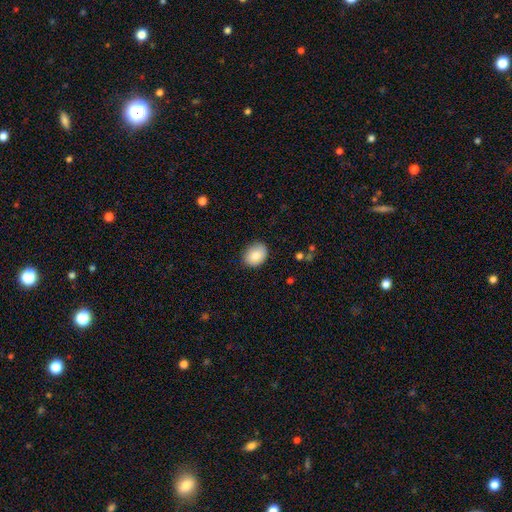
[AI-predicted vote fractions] The model was most divided on "how rounded": in between: 67%, round: 32%, cigar-shaped: 1%. More confident: smooth or featured — smooth (85%); merging — none (84%).